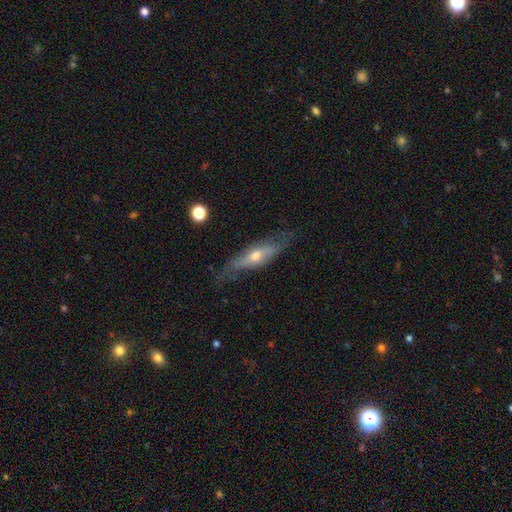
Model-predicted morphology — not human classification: A featured or disk galaxy (60%) viewed edge-on (64%).

Vote fractions:
- Smooth or featured? featured or disk: 60% / smooth: 33% / star or artifact: 7%
- Edge-on disk? yes: 64% / no: 36%
- Merging? none: 67% / minor disturbance: 22% / major disturbance: 9% / merger: 2%